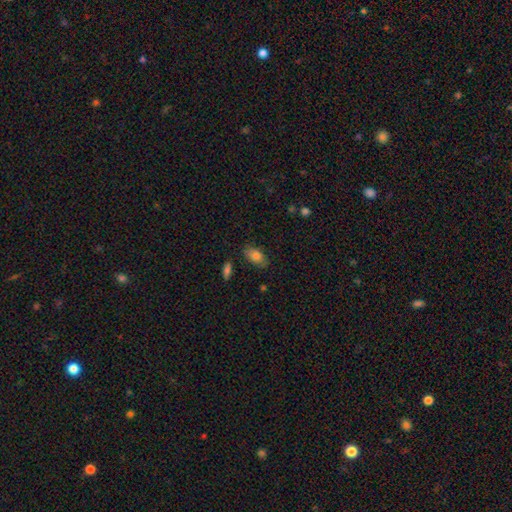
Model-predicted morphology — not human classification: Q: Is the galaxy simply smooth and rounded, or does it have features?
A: smooth — 80%.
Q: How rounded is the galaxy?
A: in between — 91%.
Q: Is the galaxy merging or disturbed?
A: none — 79%.